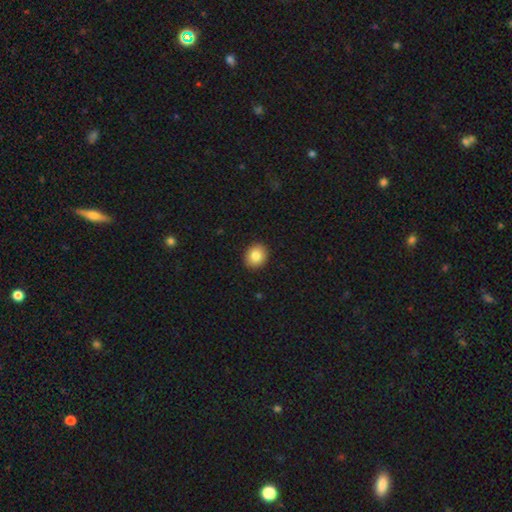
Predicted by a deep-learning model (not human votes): This is clearly a smooth galaxy (85%). How rounded: likely round (71%). Merging: clearly none (91%).